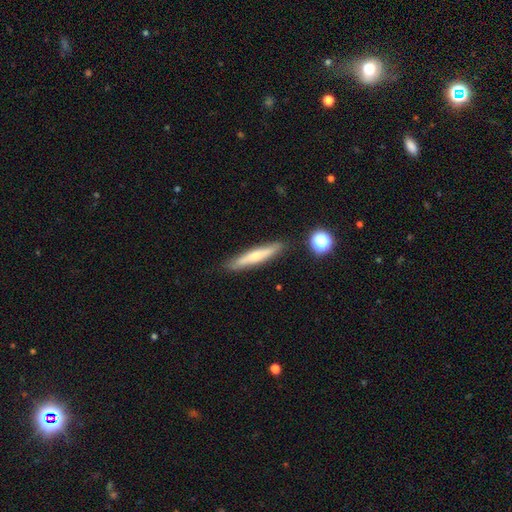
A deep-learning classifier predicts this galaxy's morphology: Smooth or featured?
  - featured or disk: 50% *
  - smooth: 42%
  - star or artifact: 9%
Merging?
  - none: 86% *
  - minor disturbance: 10%
  - merger: 2%
  - major disturbance: 2%